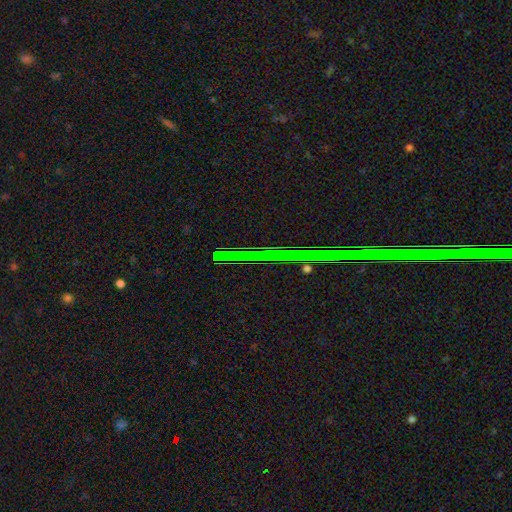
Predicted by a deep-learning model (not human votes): Q: Smooth or featured?
A: star or artifact (81%); runner-up: featured or disk (11%)